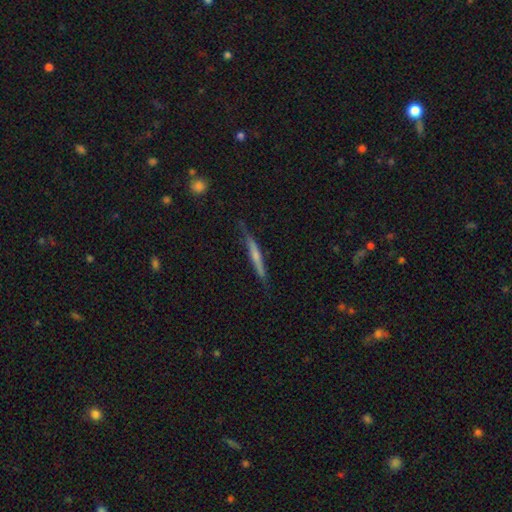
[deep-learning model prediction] Smooth or featured: featured or disk — 57% (smooth — 36%)
Edge-on disk: yes — 96% (no — 4%)
Edge-on bulge: rounded — 53% (none — 38%)
Merging: none — 77% (minor disturbance — 18%)